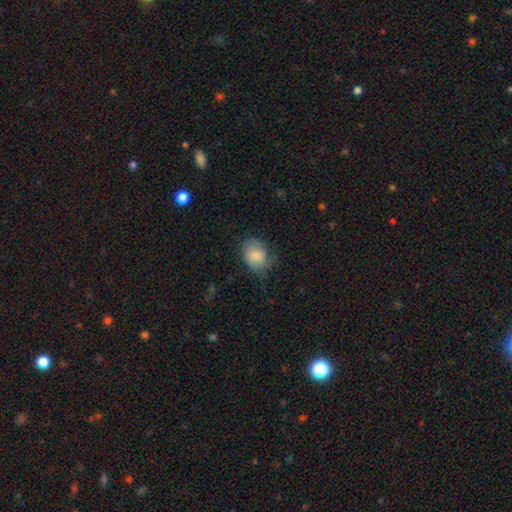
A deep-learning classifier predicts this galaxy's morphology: Smooth or featured?
  - smooth: 80% *
  - featured or disk: 13%
  - star or artifact: 7%
How rounded?
  - in between: 57% *
  - round: 42%
  - cigar-shaped: 1%
Merging?
  - none: 54% *
  - minor disturbance: 31%
  - major disturbance: 13%
  - merger: 1%